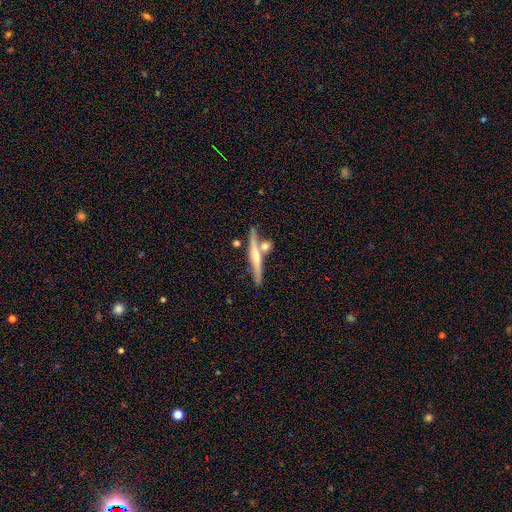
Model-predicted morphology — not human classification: The model was most divided on "edge-on bulge": rounded: 52%, none: 35%, boxy: 13%. More confident: edge-on disk — yes (94%); merging — none (68%); smooth or featured — featured or disk (57%).